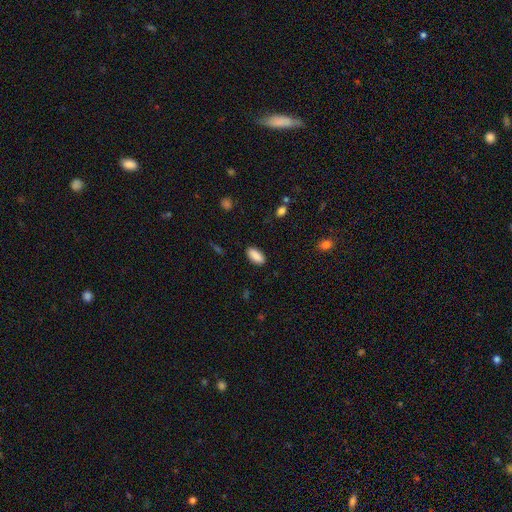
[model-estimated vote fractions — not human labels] Smooth or featured? Predicted: smooth (p=0.89). How rounded? Predicted: in between (p=0.88). Merging? Predicted: none (p=0.88).